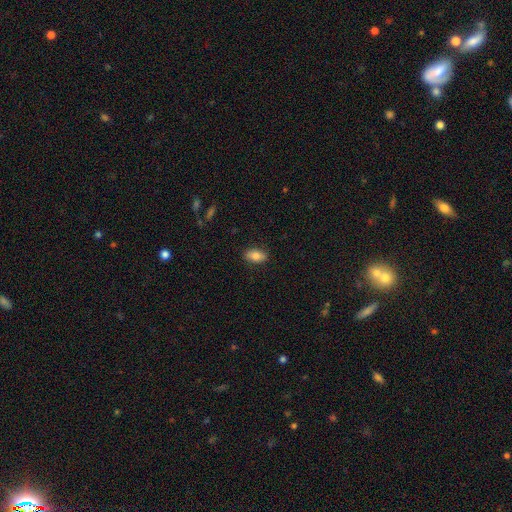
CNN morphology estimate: This is clearly a smooth galaxy (81%). How rounded: clearly in between (89%). Merging: clearly none (87%).